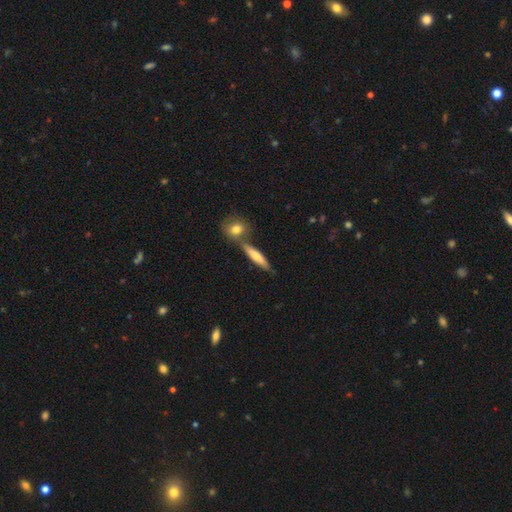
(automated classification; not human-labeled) Smooth or featured?
  - smooth: 55% *
  - featured or disk: 38%
  - star or artifact: 7%
How rounded?
  - cigar-shaped: 78% *
  - in between: 18%
  - round: 3%
Merging?
  - none: 63% *
  - merger: 22%
  - minor disturbance: 12%
  - major disturbance: 3%